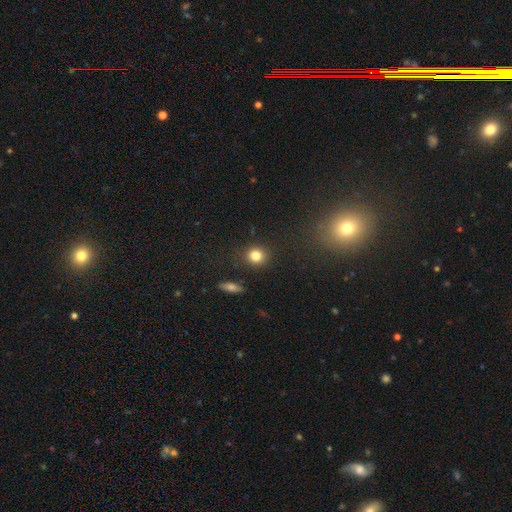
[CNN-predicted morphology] Smooth or featured: smooth — 83% (star or artifact — 11%)
How rounded: round — 86% (in between — 13%)
Merging: none — 88% (minor disturbance — 7%)